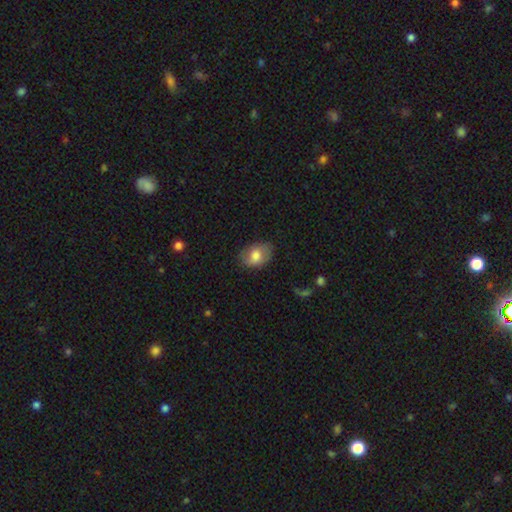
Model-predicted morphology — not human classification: This appears to be a smooth galaxy with no disk features (69%) that is in between round and cigar-shaped (80%). Merging: none (77%).